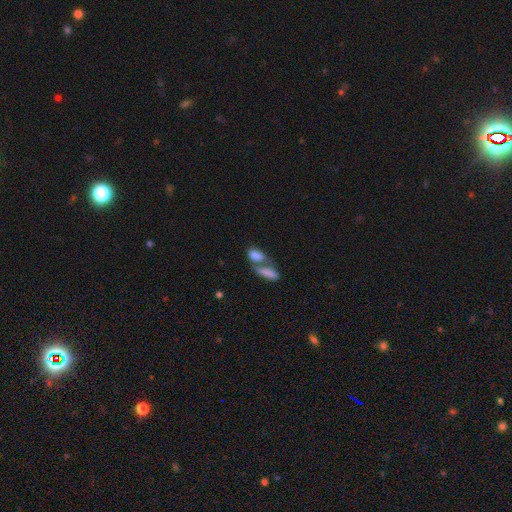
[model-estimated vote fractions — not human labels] smooth 82%, featured or disk 10%, star or artifact 8%. Down the decision tree: how rounded — in between (85%); merging — merger (63%).